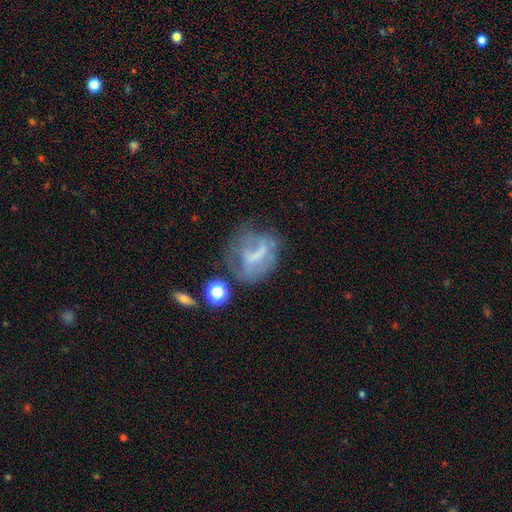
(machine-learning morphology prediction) type=featured or disk (52%); edge-on=no (94%); merging=none (41%).